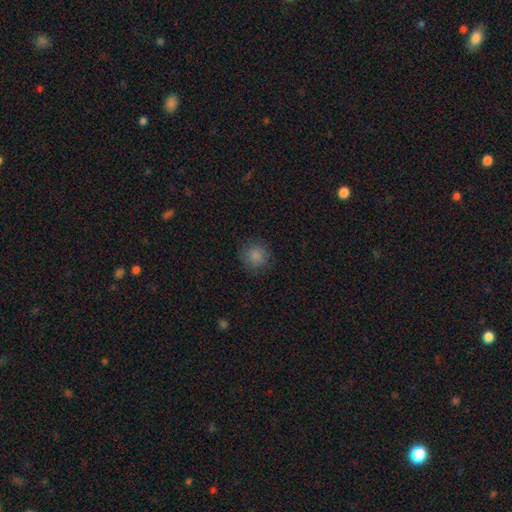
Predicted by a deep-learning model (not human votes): Smooth or featured?
  - smooth: 84% *
  - star or artifact: 11%
  - featured or disk: 5%
How rounded?
  - round: 92% *
  - in between: 7%
  - cigar-shaped: 1%
Merging?
  - none: 85% *
  - minor disturbance: 11%
  - major disturbance: 3%
  - merger: 1%